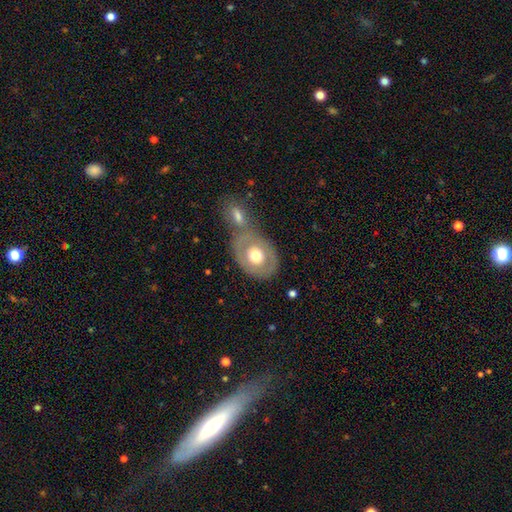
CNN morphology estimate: type=smooth (52%); roundness=in between (62%); merging=none (49%).